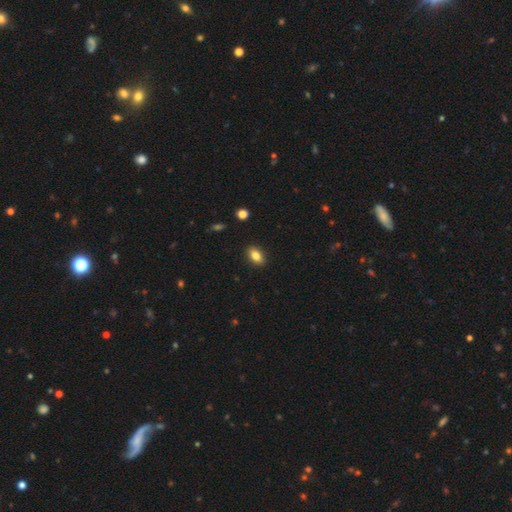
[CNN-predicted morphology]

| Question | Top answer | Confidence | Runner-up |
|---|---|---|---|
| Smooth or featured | smooth | 84% | star or artifact (9%) |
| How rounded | in between | 87% | round (10%) |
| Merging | none | 89% | minor disturbance (8%) |